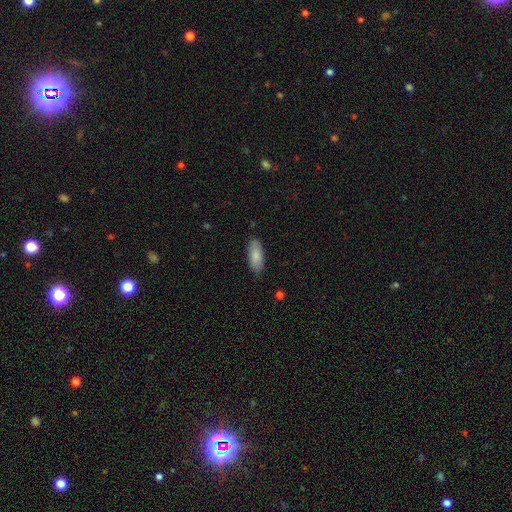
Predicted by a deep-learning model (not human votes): Smooth or featured? smooth (85%)
How rounded? in between (81%)
Merging? none (84%)